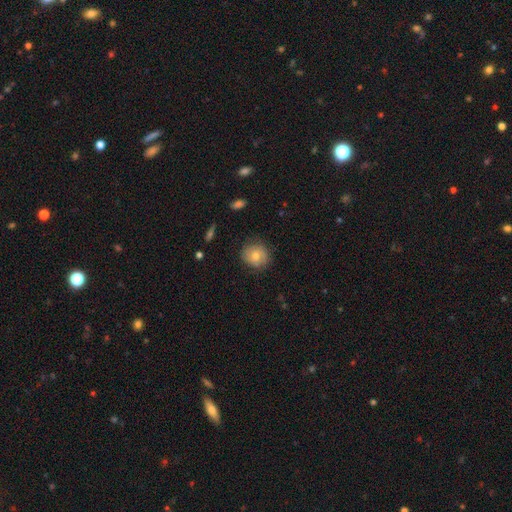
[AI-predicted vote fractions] smooth 66%, featured or disk 26%, star or artifact 8%. Down the decision tree: how rounded — round (80%); merging — none (78%).